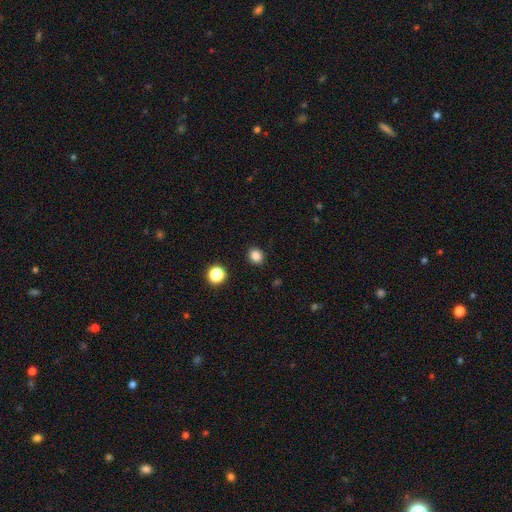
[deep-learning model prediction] Overall: smooth (84%). How rounded: round (66%; in between 34%). Merging: none (89%).